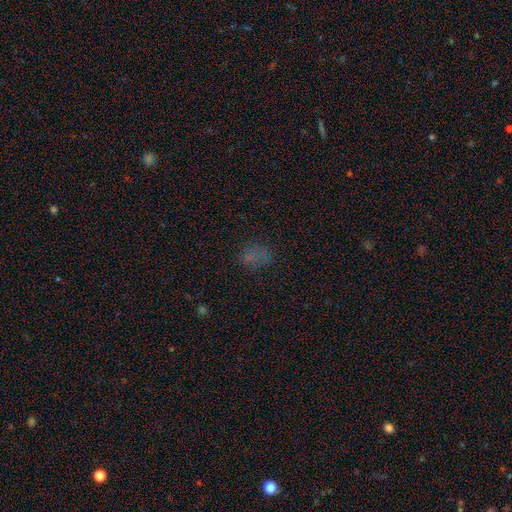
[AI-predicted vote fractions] Smooth or featured: smooth — 56% (star or artifact — 33%)
How rounded: in between — 67% (round — 31%)
Merging: none — 61% (minor disturbance — 20%)